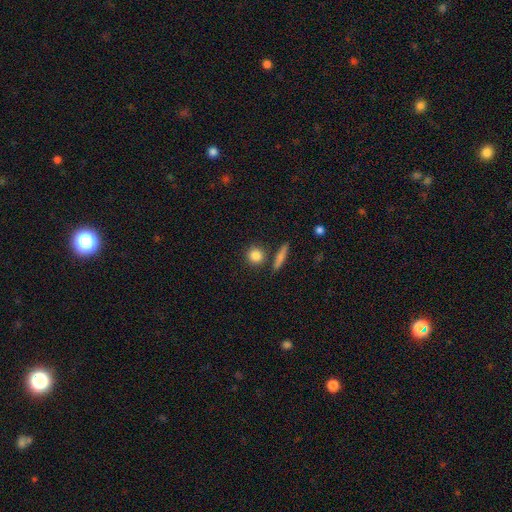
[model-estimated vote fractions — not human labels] Smooth or featured: smooth — 84% (star or artifact — 8%)
How rounded: round — 86% (in between — 11%)
Merging: none — 80% (merger — 9%)